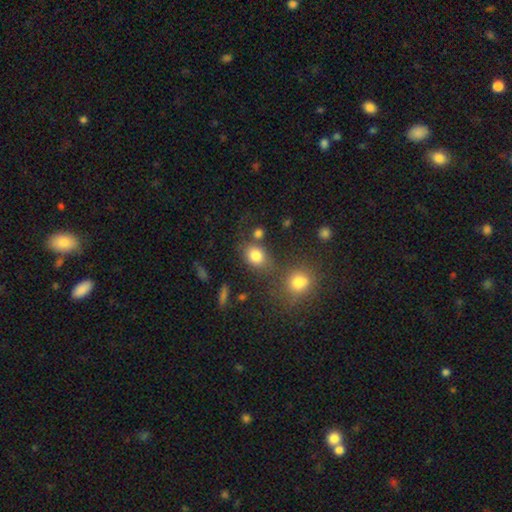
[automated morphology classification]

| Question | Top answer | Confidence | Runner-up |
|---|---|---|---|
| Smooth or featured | smooth | 81% | star or artifact (12%) |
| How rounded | in between | 51% | round (47%) |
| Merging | none | 62% | merger (18%) |